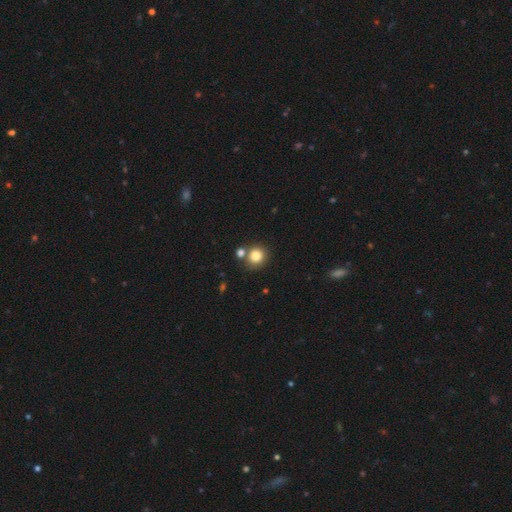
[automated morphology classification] Overall: smooth (82%). How rounded: round (87%). Merging: none (67%).